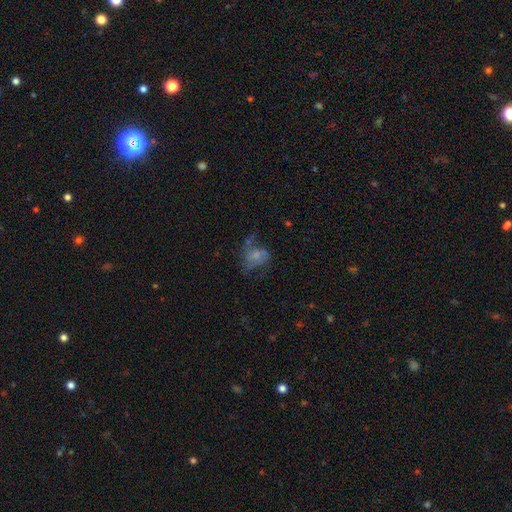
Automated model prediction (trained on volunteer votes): The model was most divided on "smooth or featured": smooth: 48%, featured or disk: 38%, star or artifact: 13%. Remaining: merging — major disturbance (40%).